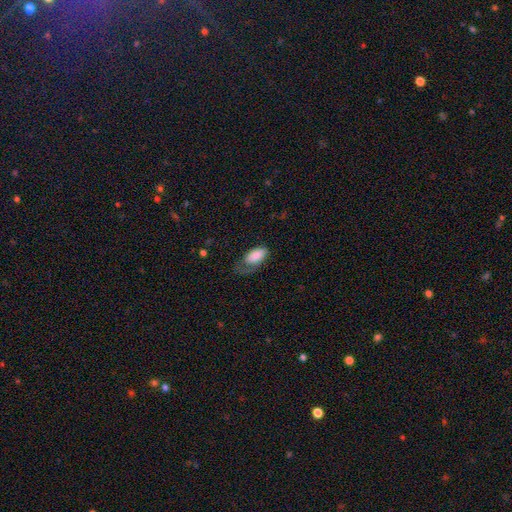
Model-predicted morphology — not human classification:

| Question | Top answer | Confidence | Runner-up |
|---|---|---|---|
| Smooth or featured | smooth | 81% | featured or disk (13%) |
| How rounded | in between | 93% | cigar-shaped (4%) |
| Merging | major disturbance | 37% | minor disturbance (31%) |